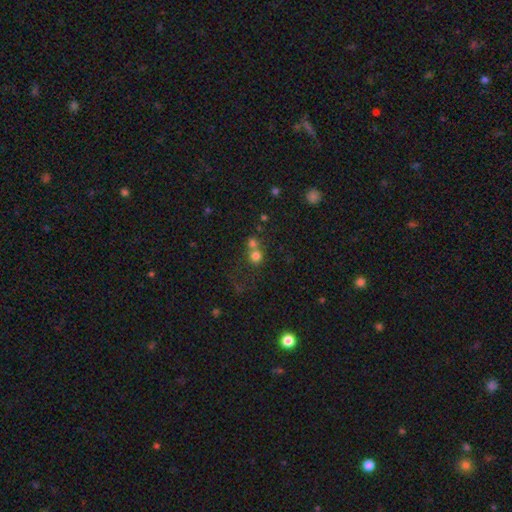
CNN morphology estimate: A smooth galaxy with no disk features (74%) that is round (88%). Merging: merger (48%).